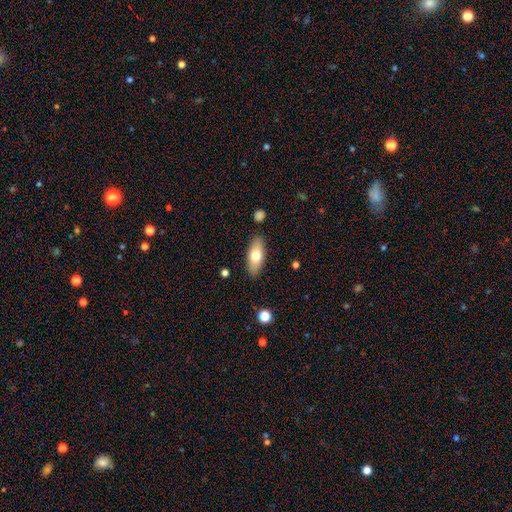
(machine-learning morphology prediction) smooth-or-featured: smooth: 71% | featured or disk: 23% | star or artifact: 6%
  how-rounded: in between: 82% | cigar-shaped: 15% | round: 3%
  merging: none: 87% | minor disturbance: 10% | major disturbance: 2% | merger: 2%